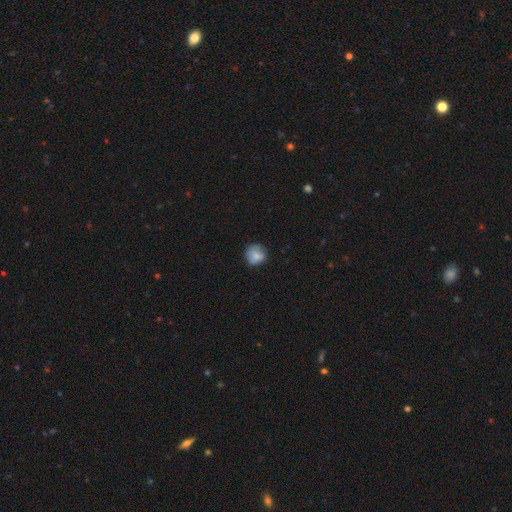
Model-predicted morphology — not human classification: This appears to be a smooth galaxy with no disk features (77%) that is round (85%). Merging: none (71%).